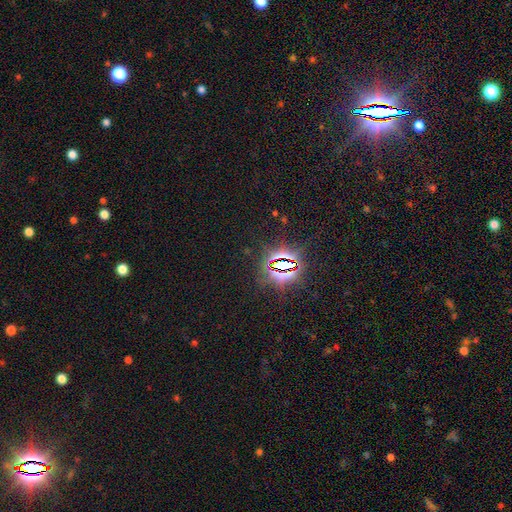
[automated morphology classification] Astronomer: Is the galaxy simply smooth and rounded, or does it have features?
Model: star or artifact — 84%.